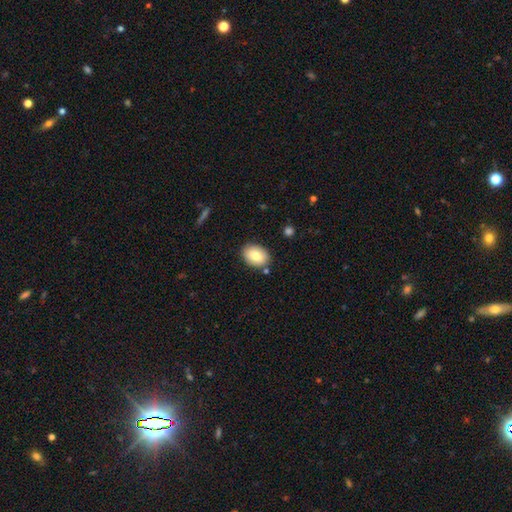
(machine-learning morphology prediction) Q: Smooth or featured?
A: smooth (80%); runner-up: featured or disk (12%)
Q: How rounded?
A: in between (74%); runner-up: round (25%)
Q: Merging?
A: none (83%); runner-up: minor disturbance (11%)